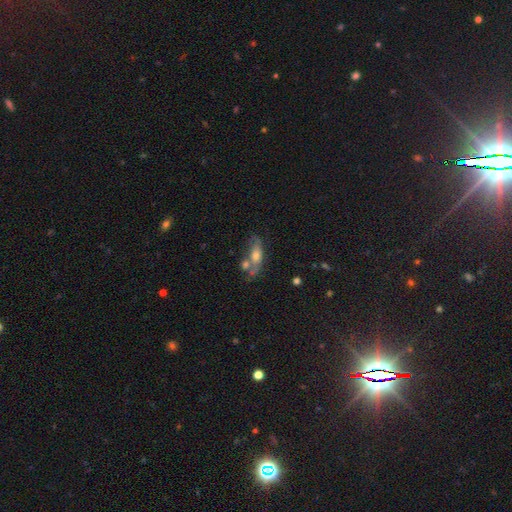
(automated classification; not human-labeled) Smooth or featured: featured or disk — 49% (smooth — 40%)
Merging: none — 41% (merger — 25%)